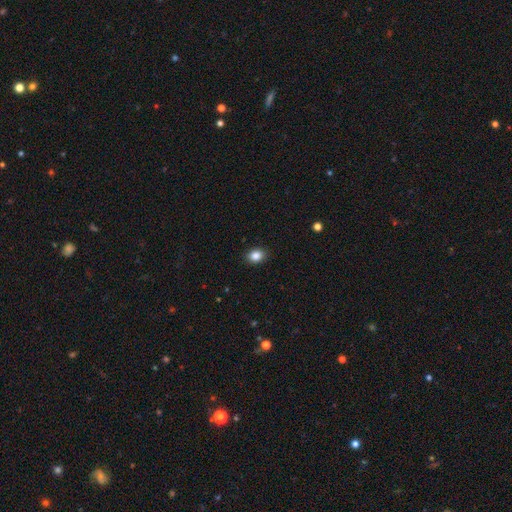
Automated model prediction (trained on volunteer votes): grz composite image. It shows a smooth galaxy with no disk features (87%) that is in between round and cigar-shaped (57%). Merging: none (90%).